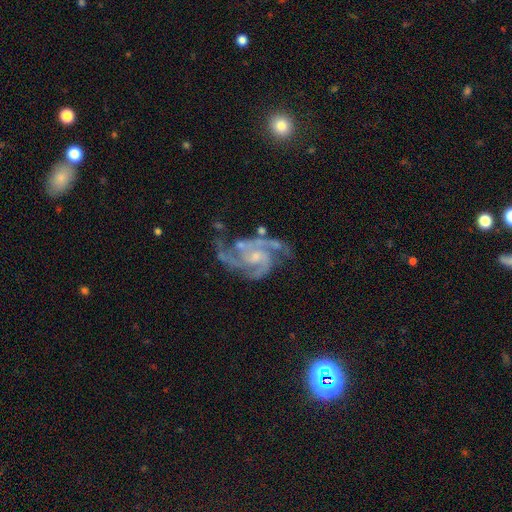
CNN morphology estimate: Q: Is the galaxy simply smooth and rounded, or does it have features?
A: featured or disk — 92%.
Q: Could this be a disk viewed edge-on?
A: no — 98%.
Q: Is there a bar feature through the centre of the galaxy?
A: no — 59%.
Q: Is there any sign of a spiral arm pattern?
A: yes — 98%.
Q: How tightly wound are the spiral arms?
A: medium — 56%.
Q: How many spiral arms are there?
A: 3 — 47%.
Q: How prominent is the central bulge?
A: small — 62%.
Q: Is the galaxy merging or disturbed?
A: none — 55%.